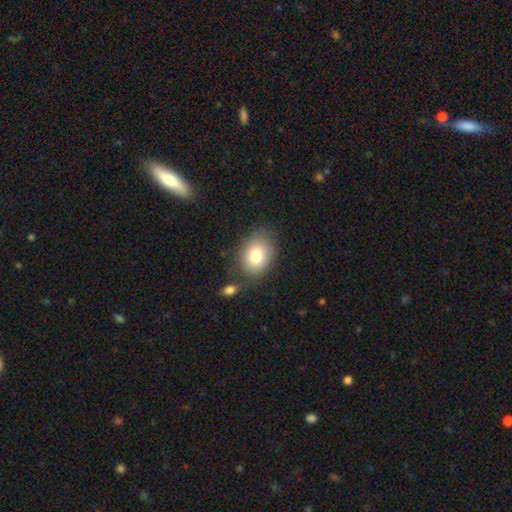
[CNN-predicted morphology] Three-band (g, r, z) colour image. It shows a smooth galaxy with no disk features (80%) that is in between round and cigar-shaped (66%). Merging: none (72%).